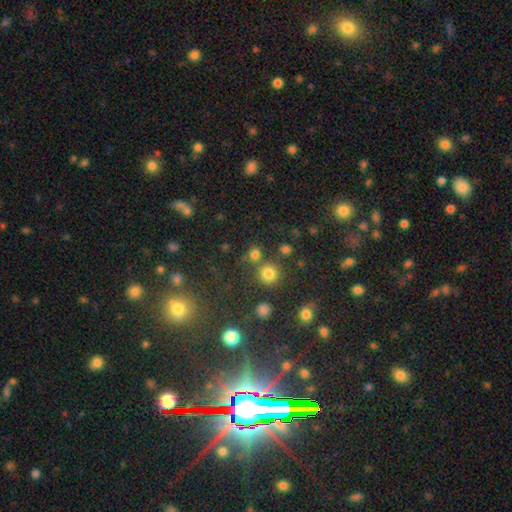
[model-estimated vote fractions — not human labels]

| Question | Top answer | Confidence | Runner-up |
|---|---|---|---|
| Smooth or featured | smooth | 64% | star or artifact (30%) |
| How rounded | round | 92% | in between (7%) |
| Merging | none | 82% | merger (8%) |